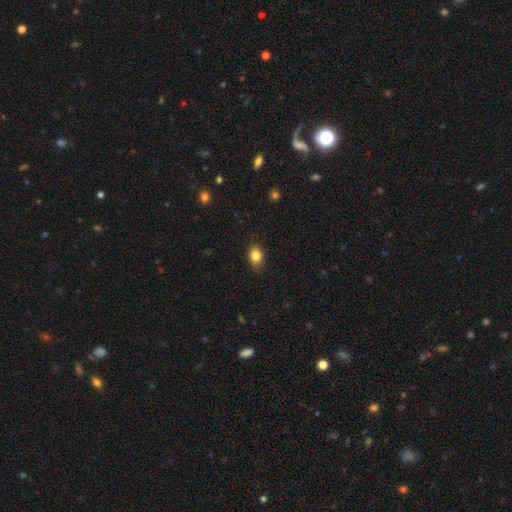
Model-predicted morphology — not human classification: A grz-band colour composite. It shows a smooth galaxy with no disk features (83%) that is in between round and cigar-shaped (73%). Merging: none (83%).